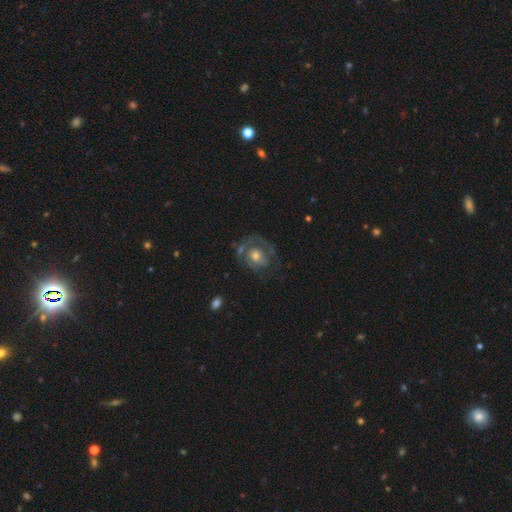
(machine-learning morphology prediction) Q: Smooth or featured?
A: featured or disk (69%); runner-up: smooth (24%)
Q: Edge-on disk?
A: no (97%); runner-up: yes (3%)
Q: Bar?
A: no (77%); runner-up: weak (19%)
Q: Spiral arms?
A: yes (65%); runner-up: no (35%)
Q: Bulge size?
A: moderate (61%); runner-up: small (23%)
Q: Merging?
A: none (59%); runner-up: minor disturbance (20%)